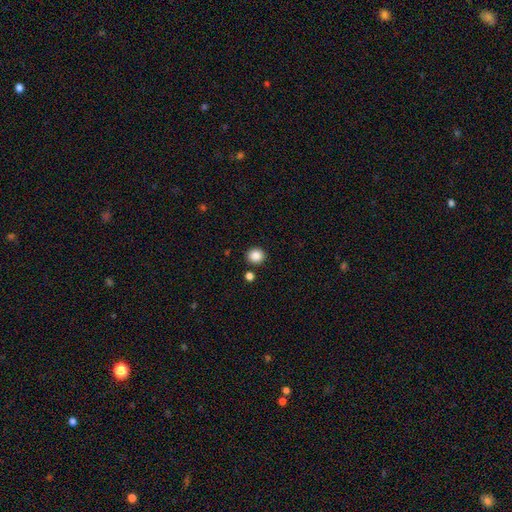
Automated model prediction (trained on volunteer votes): Overall: smooth (87%). How rounded: round (85%). Merging: none (88%).